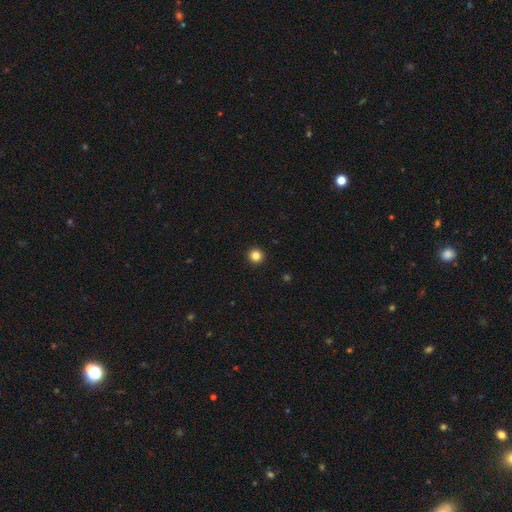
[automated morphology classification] smooth_or_featured: smooth (p=0.85) [alt: star or artifact p=0.11]
how_rounded: round (p=0.96) [alt: in between p=0.03]
merging: none (p=0.94) [alt: minor disturbance p=0.04]